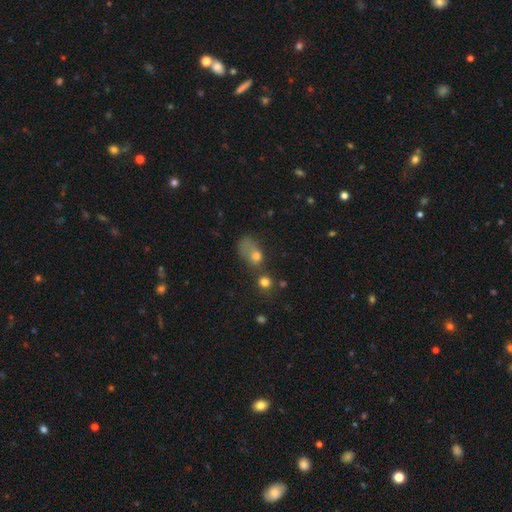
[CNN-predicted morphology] smooth-or-featured: smooth: 67% | featured or disk: 17% | star or artifact: 16%
  how-rounded: in between: 58% | round: 38% | cigar-shaped: 4%
  merging: major disturbance: 31% | merger: 28% | none: 24% | minor disturbance: 17%